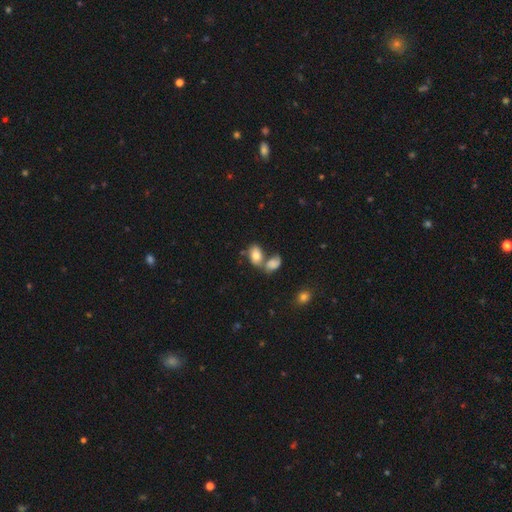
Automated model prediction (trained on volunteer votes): smooth-or-featured: smooth: 78% | featured or disk: 13% | star or artifact: 9%
  how-rounded: in between: 87% | round: 11% | cigar-shaped: 2%
  merging: merger: 42% | none: 41% | minor disturbance: 12% | major disturbance: 5%